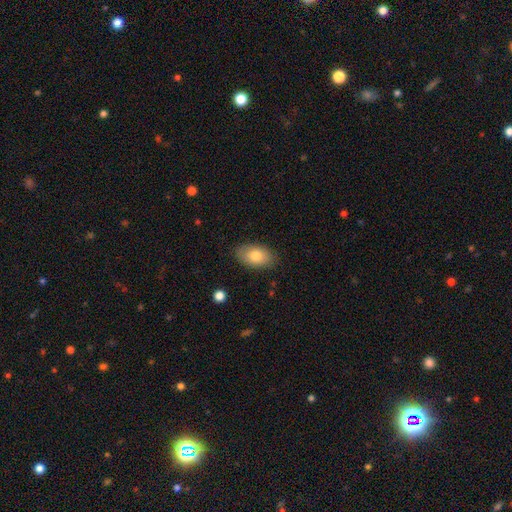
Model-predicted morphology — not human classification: Smooth or featured? Predicted: smooth (p=0.79). How rounded? Predicted: in between (p=0.92). Merging? Predicted: none (p=0.85).